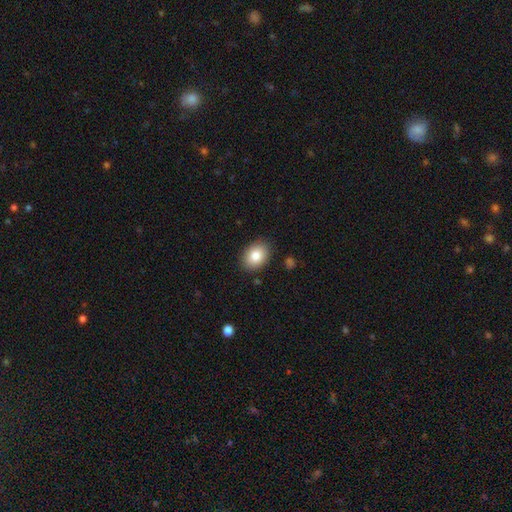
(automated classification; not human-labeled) Q: Smooth or featured?
A: smooth (84%); runner-up: featured or disk (8%)
Q: How rounded?
A: in between (72%); runner-up: round (27%)
Q: Merging?
A: none (87%); runner-up: minor disturbance (9%)